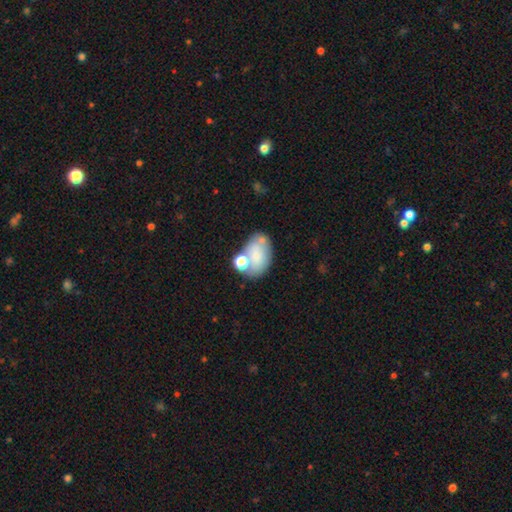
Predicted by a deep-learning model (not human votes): Morphology: type=smooth (66%); roundness=in between (85%); merging=none (46%).